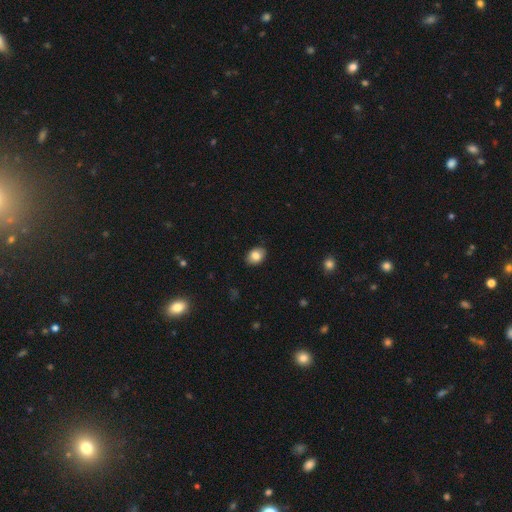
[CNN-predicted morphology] type=smooth (83%); roundness=in between (71%); merging=none (87%).